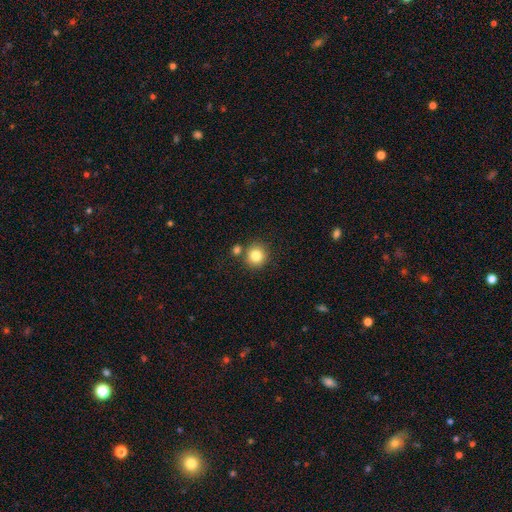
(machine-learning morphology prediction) A smooth galaxy with no disk features (83%) that is round (91%). Merging: none (77%).